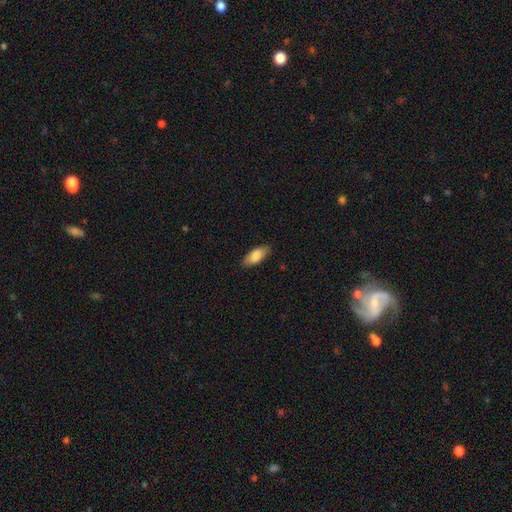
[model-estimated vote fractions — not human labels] smooth_or_featured: smooth (p=0.83) [alt: featured or disk p=0.11]
how_rounded: in between (p=0.85) [alt: cigar-shaped p=0.12]
merging: none (p=0.85) [alt: minor disturbance p=0.12]